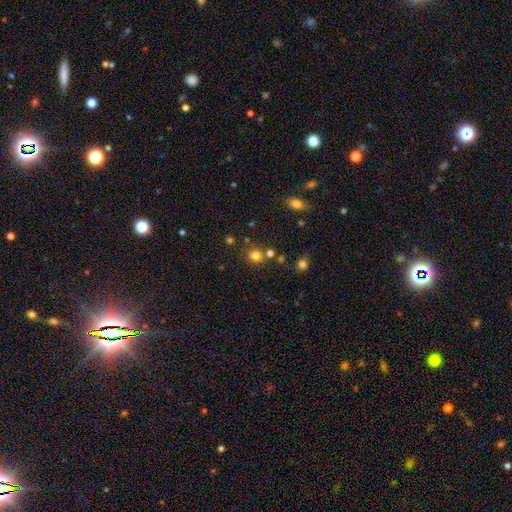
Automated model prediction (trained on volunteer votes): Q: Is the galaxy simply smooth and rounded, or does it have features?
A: smooth — 79%.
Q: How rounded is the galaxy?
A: round — 87%.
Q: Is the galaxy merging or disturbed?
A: none — 77%.